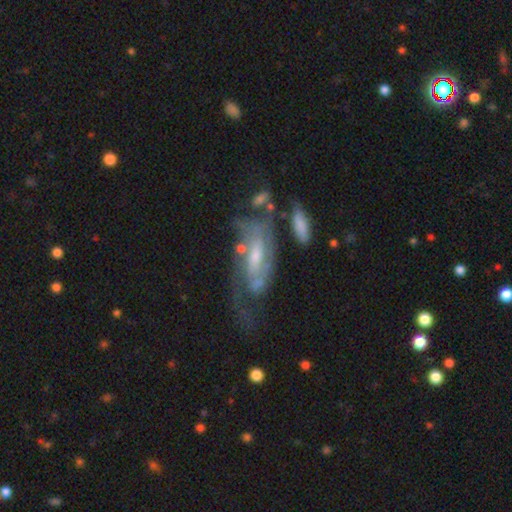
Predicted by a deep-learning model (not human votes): Smooth or featured?
  - featured or disk: 75% *
  - smooth: 18%
  - star or artifact: 7%
Edge-on disk?
  - no: 87% *
  - yes: 13%
Bar?
  - no: 45% *
  - weak: 41%
  - strong: 14%
Spiral arms?
  - yes: 85% *
  - no: 15%
Spiral winding?
  - medium: 41% *
  - tight: 35%
  - loose: 24%
Spiral arm count?
  - 2: 43% *
  - can't tell: 35%
  - 1: 11%
  - 3: 7%
  - 4: 3%
  - more than 4: 3%
Bulge size?
  - small: 44% *
  - moderate: 43%
  - large: 6%
  - none: 6%
  - dominant: 1%
Merging?
  - none: 36% *
  - major disturbance: 30%
  - minor disturbance: 20%
  - merger: 13%